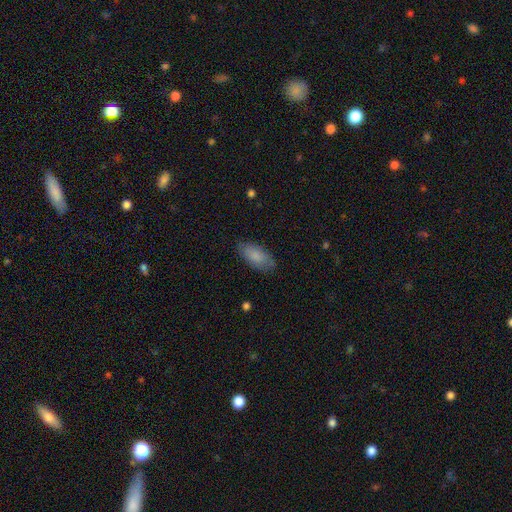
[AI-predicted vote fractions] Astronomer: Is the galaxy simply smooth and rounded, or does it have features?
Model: smooth — 83%.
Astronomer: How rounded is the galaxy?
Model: in between — 88%.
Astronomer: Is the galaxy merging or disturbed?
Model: none — 81%.